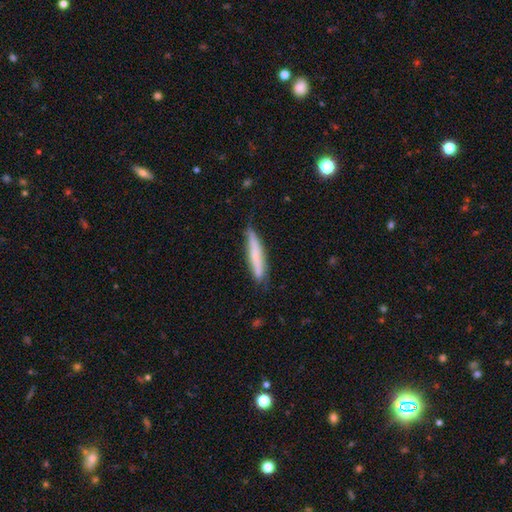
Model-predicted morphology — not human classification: smooth-or-featured: smooth: 67% | featured or disk: 27% | star or artifact: 6%
  how-rounded: cigar-shaped: 93% | in between: 6% | round: 1%
  merging: none: 76% | minor disturbance: 19% | major disturbance: 3% | merger: 2%